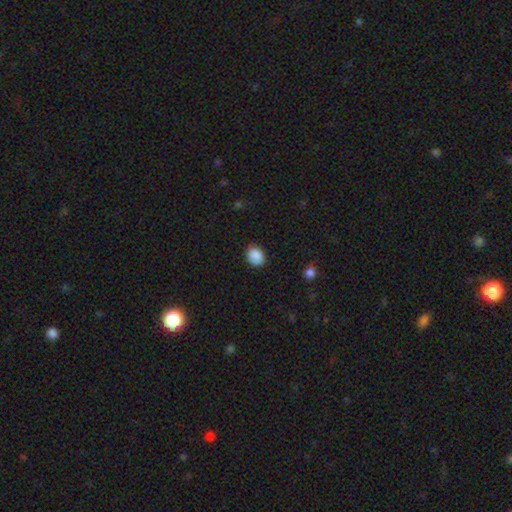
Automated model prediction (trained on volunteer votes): The model was most divided on "how rounded": in between: 51%, round: 48%, cigar-shaped: 1%. More confident: smooth or featured — smooth (89%); merging — none (84%).